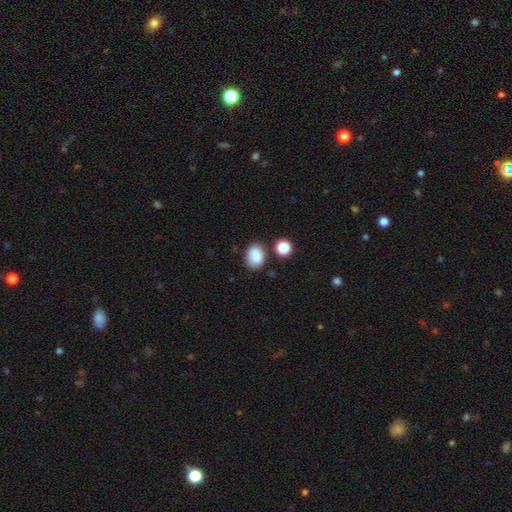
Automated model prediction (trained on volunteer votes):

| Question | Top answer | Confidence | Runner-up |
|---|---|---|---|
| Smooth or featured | smooth | 85% | star or artifact (9%) |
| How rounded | in between | 66% | round (33%) |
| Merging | none | 74% | minor disturbance (15%) |